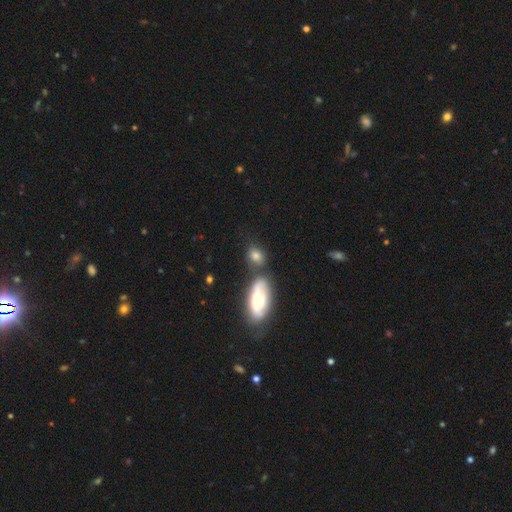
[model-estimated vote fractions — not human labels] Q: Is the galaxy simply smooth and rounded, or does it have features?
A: smooth — 75%.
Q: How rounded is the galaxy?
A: in between — 64%.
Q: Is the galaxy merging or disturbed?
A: none — 58%.